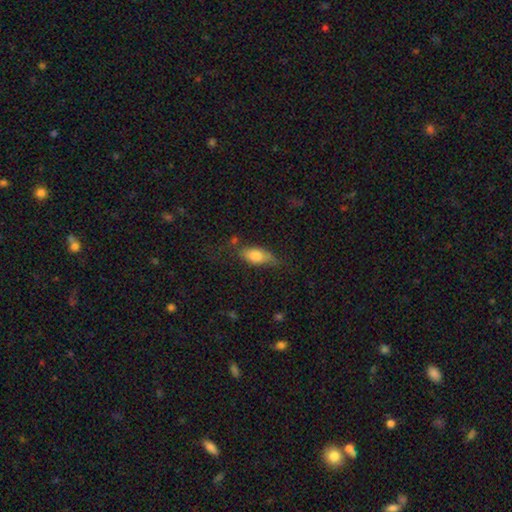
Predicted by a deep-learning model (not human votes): Smooth or featured?
  - smooth: 73% *
  - featured or disk: 20%
  - star or artifact: 7%
How rounded?
  - in between: 79% *
  - cigar-shaped: 17%
  - round: 4%
Merging?
  - none: 60% *
  - minor disturbance: 27%
  - major disturbance: 10%
  - merger: 3%